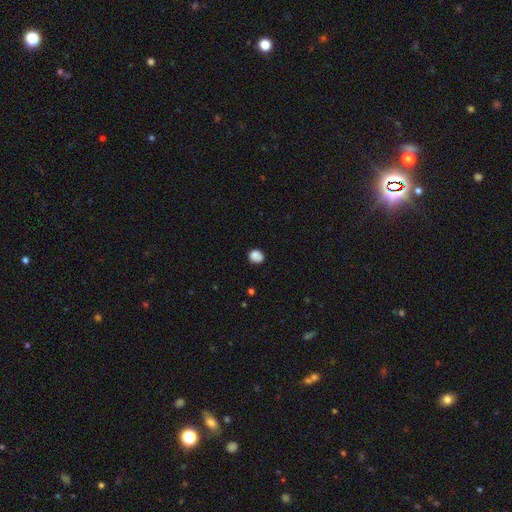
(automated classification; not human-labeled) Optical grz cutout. It shows a smooth galaxy with no disk features (83%) that is round (70%). Merging: none (71%).